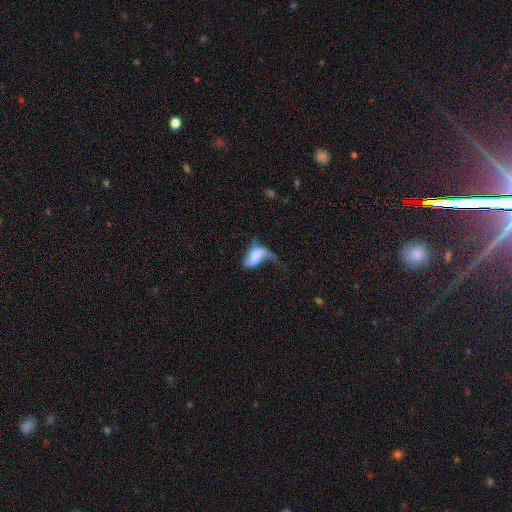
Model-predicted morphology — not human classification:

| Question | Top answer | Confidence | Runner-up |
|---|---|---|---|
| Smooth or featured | smooth | 50% | featured or disk (41%) |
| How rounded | in between | 89% | round (6%) |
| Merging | major disturbance | 54% | minor disturbance (20%) |